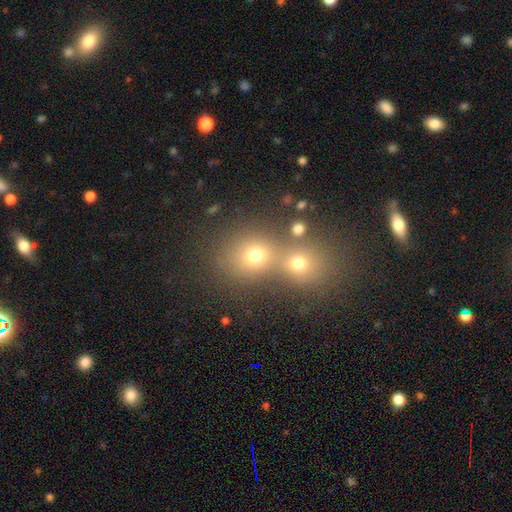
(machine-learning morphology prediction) Smooth or featured? Predicted: smooth (p=0.66). How rounded? Predicted: round (p=0.77). Merging? Predicted: merger (p=0.54).